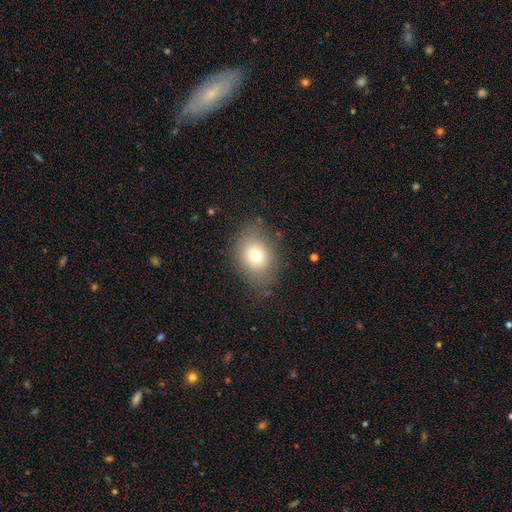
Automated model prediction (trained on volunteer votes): Smooth or featured? Predicted: smooth (p=0.73). How rounded? Predicted: in between (p=0.57). Merging? Predicted: none (p=0.77).